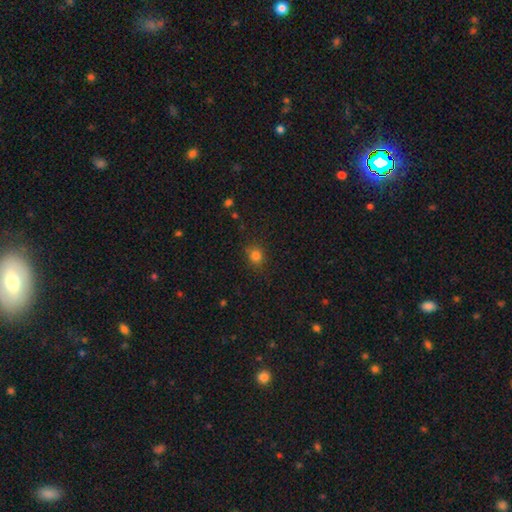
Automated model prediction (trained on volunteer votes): Smooth or featured? Predicted: smooth (p=0.80). How rounded? Predicted: round (p=0.70). Merging? Predicted: none (p=0.79).